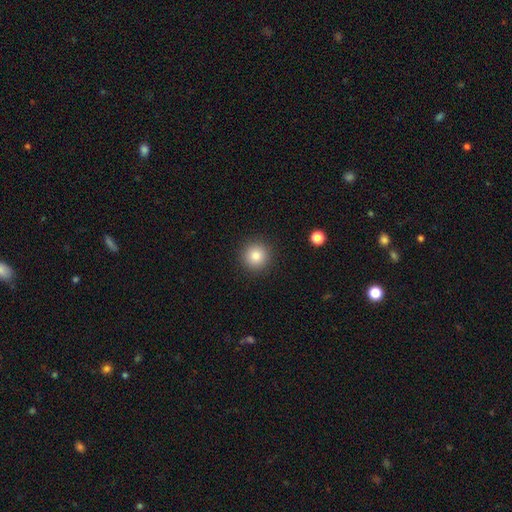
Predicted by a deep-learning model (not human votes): Q: Smooth or featured?
A: smooth (83%); runner-up: star or artifact (11%)
Q: How rounded?
A: round (95%); runner-up: in between (4%)
Q: Merging?
A: none (92%); runner-up: minor disturbance (5%)